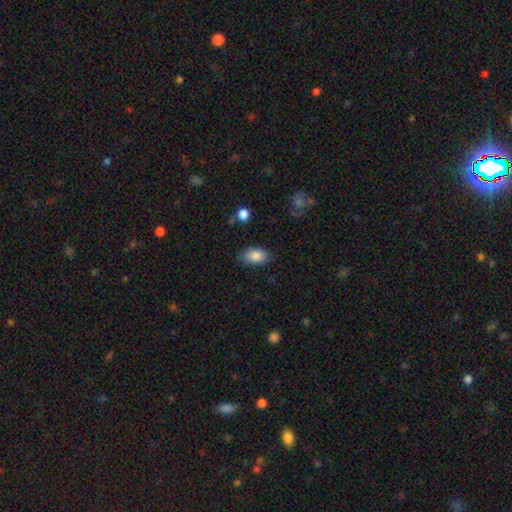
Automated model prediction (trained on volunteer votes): smooth 87%, star or artifact 7%, featured or disk 6%. Down the decision tree: how rounded — in between (91%); merging — none (79%).